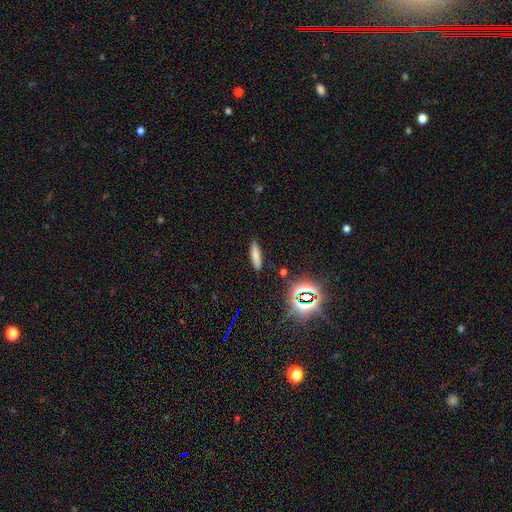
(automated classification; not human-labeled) Q: Smooth or featured?
A: smooth (73%); runner-up: star or artifact (15%)
Q: How rounded?
A: cigar-shaped (72%); runner-up: in between (25%)
Q: Merging?
A: none (87%); runner-up: minor disturbance (9%)